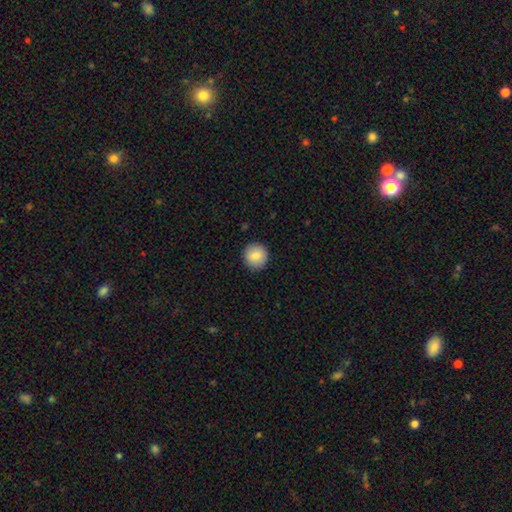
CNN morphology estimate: smooth_or_featured: smooth (p=0.83) [alt: featured or disk p=0.09]
how_rounded: round (p=0.94) [alt: in between p=0.05]
merging: none (p=0.91) [alt: minor disturbance p=0.06]